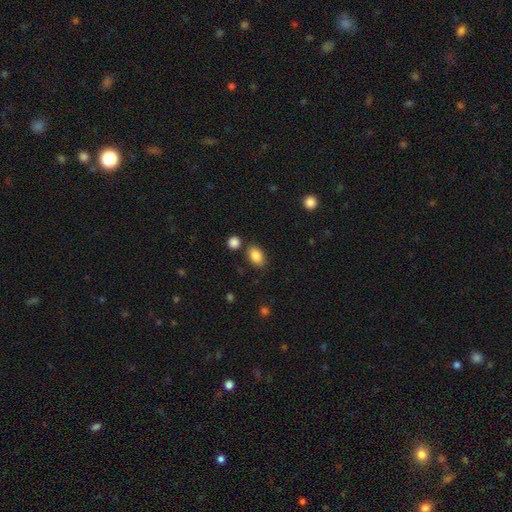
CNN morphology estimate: A smooth galaxy with no disk features (87%) that is in between round and cigar-shaped (85%).

Vote fractions:
- Smooth or featured? smooth: 87% / star or artifact: 8% / featured or disk: 5%
- How rounded? in between: 85% / round: 13% / cigar-shaped: 1%
- Merging? none: 77% / minor disturbance: 12% / merger: 8% / major disturbance: 3%